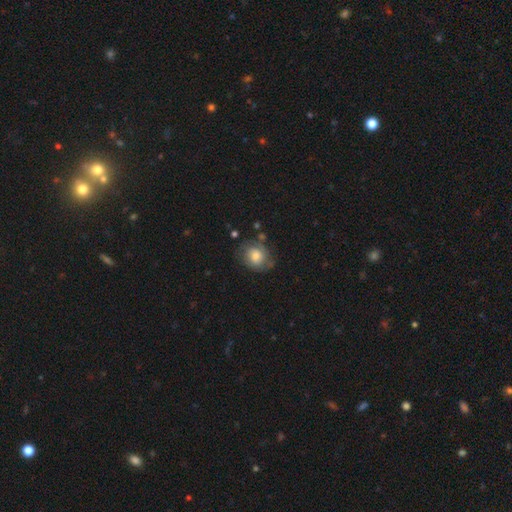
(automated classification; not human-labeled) This is likely a smooth galaxy (64%). How rounded: likely round (67%). Merging: likely none (63%).